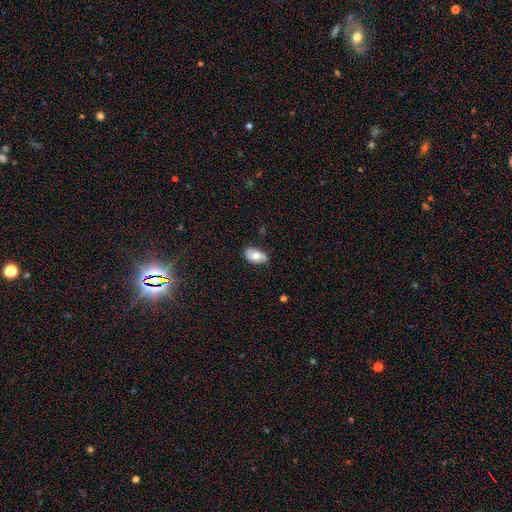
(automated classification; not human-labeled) Morphology: type=smooth (56%); roundness=in between (92%); merging=none (78%).